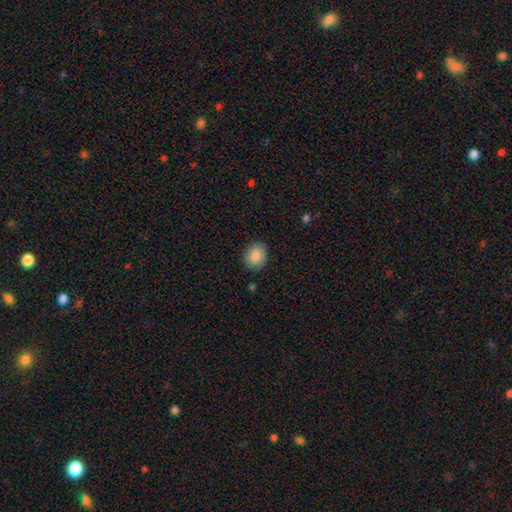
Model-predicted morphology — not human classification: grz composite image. It shows a smooth galaxy with no disk features (88%) that is round (53%). Merging: none (86%).